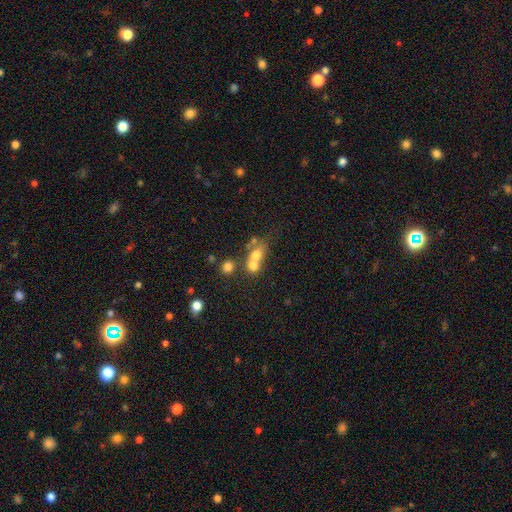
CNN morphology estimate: type=smooth (65%); roundness=round (54%); merging=merger (62%).